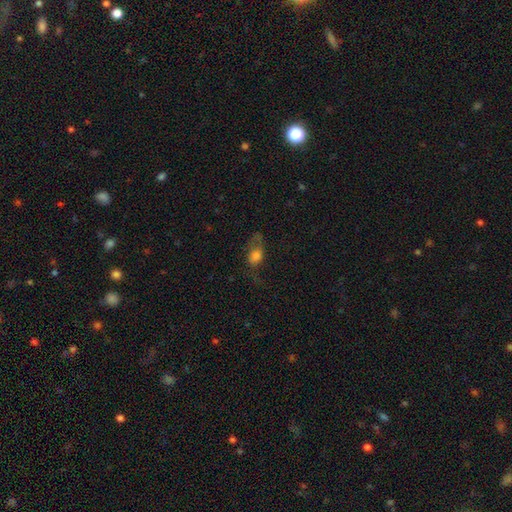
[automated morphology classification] This appears to be a smooth galaxy with no disk features (66%) that is in between round and cigar-shaped (69%). Merging: none (39%).